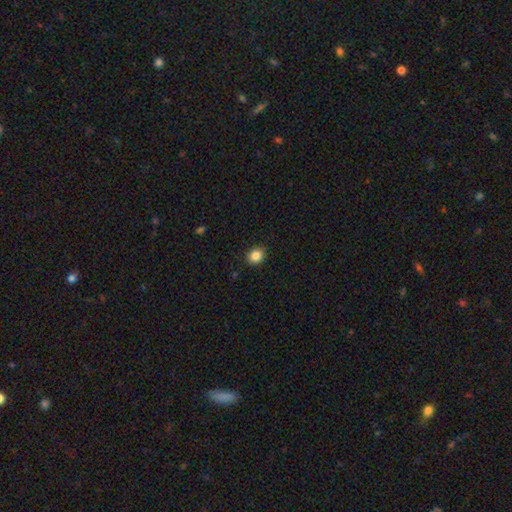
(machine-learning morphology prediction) The model was most divided on "how rounded": round: 66%, in between: 33%, cigar-shaped: 1%. More confident: merging — none (89%); smooth or featured — smooth (86%).